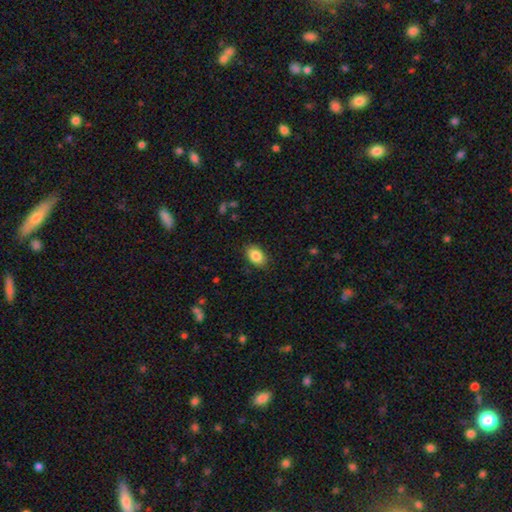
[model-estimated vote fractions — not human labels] Smooth or featured?
  - smooth: 86% *
  - star or artifact: 8%
  - featured or disk: 6%
How rounded?
  - in between: 85% *
  - round: 14%
  - cigar-shaped: 1%
Merging?
  - none: 86% *
  - minor disturbance: 11%
  - major disturbance: 3%
  - merger: 1%